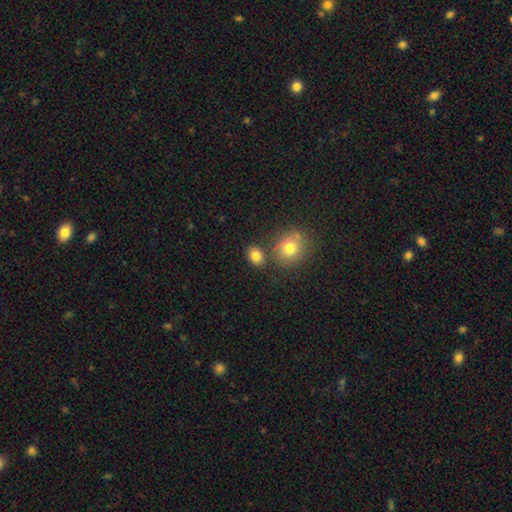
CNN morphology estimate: Overall: smooth (81%). How rounded: in between (62%; round 37%). Merging: none (71%).